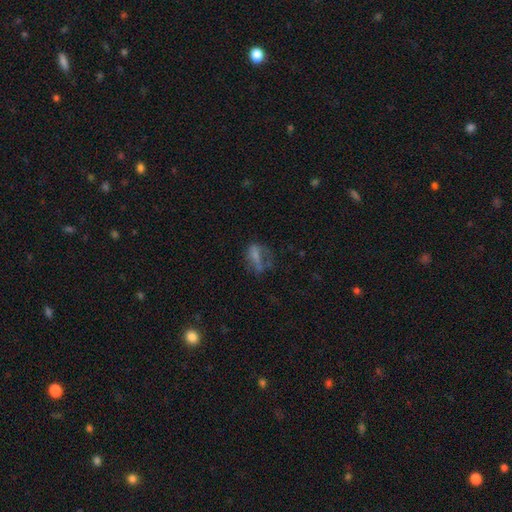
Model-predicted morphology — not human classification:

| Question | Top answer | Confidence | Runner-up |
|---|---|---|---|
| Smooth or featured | smooth | 53% | featured or disk (31%) |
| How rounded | in between | 68% | cigar-shaped (17%) |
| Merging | major disturbance | 38% | none (34%) |